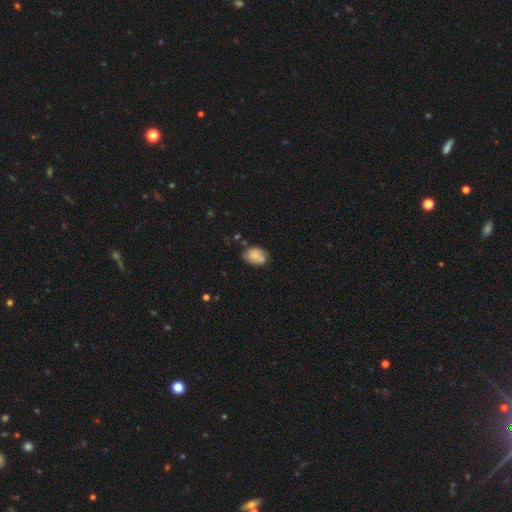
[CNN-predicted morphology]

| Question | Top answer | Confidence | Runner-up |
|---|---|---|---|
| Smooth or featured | smooth | 76% | featured or disk (15%) |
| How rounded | in between | 81% | round (18%) |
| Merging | none | 59% | minor disturbance (28%) |